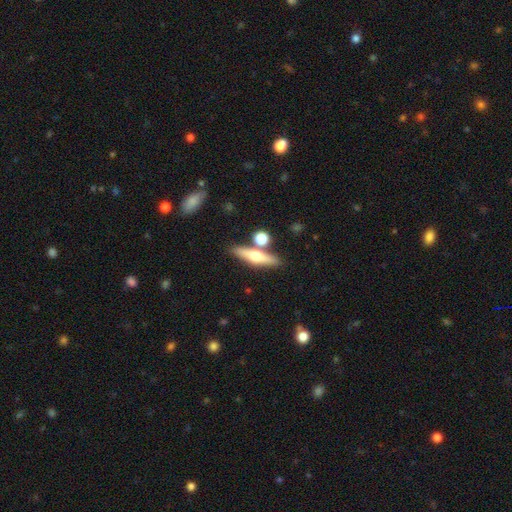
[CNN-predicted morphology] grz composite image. It shows a smooth galaxy with no disk features (47%). Merging: none (74%).